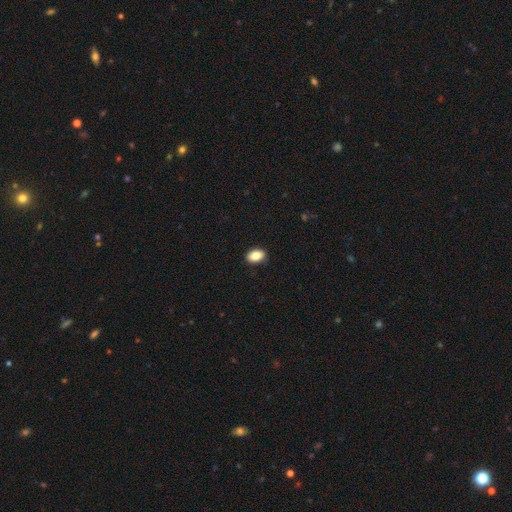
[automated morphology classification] Smooth or featured?
  - smooth: 86% *
  - star or artifact: 8%
  - featured or disk: 6%
How rounded?
  - in between: 88% *
  - round: 11%
  - cigar-shaped: 2%
Merging?
  - none: 89% *
  - minor disturbance: 9%
  - major disturbance: 2%
  - merger: 1%